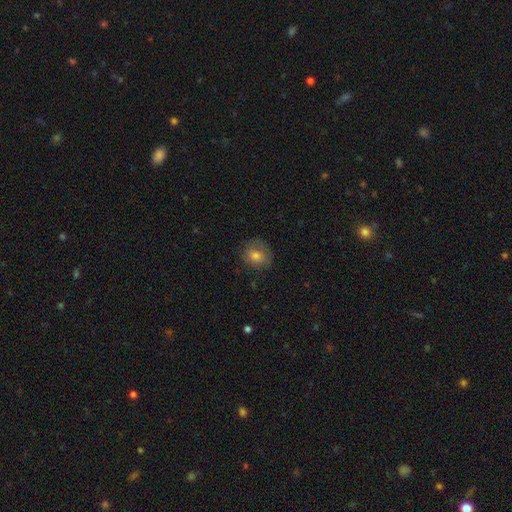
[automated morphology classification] smooth 73%, featured or disk 16%, star or artifact 11%. Down the decision tree: how rounded — round (76%); merging — none (75%).